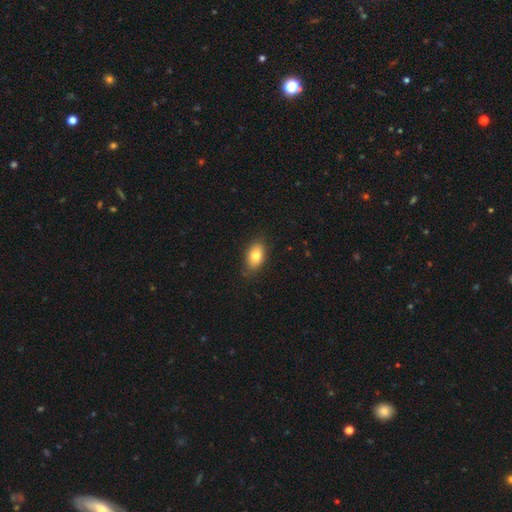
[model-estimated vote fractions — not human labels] This appears to be a smooth galaxy with no disk features (79%) that is in between round and cigar-shaped (87%). Merging: none (83%).